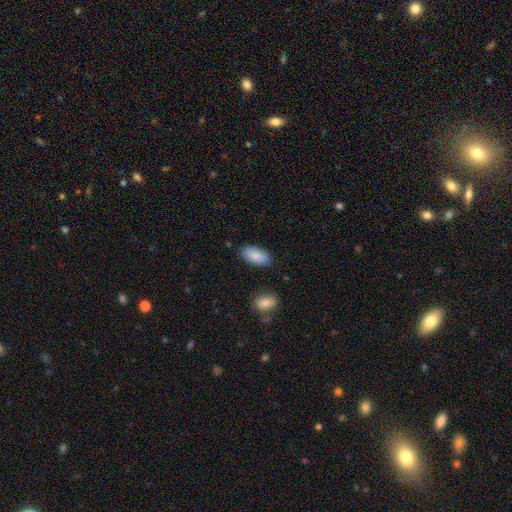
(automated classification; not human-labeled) Smooth or featured?
  - smooth: 86% *
  - featured or disk: 7%
  - star or artifact: 6%
How rounded?
  - in between: 93% *
  - cigar-shaped: 4%
  - round: 3%
Merging?
  - none: 83% *
  - minor disturbance: 12%
  - merger: 3%
  - major disturbance: 3%